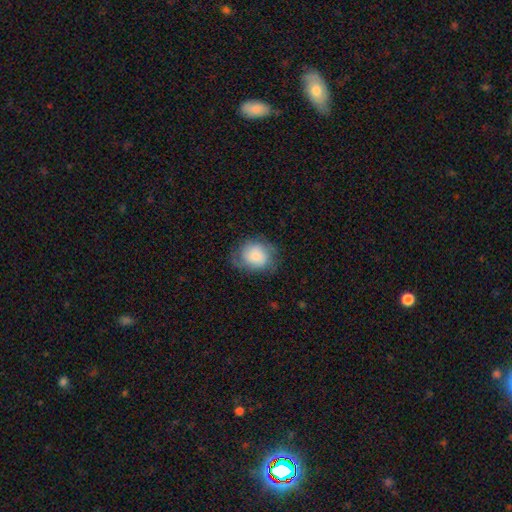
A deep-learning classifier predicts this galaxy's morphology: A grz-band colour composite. It shows a smooth galaxy with no disk features (66%) that is round (65%). Merging: none (67%).